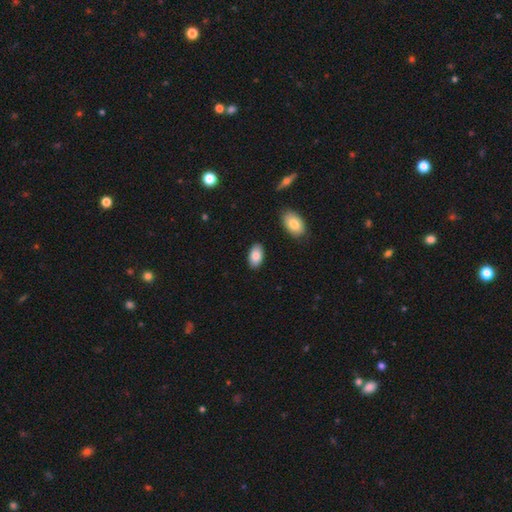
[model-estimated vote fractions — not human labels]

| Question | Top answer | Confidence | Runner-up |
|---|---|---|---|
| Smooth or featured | smooth | 85% | featured or disk (9%) |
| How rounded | in between | 95% | round (3%) |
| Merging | none | 88% | minor disturbance (8%) |